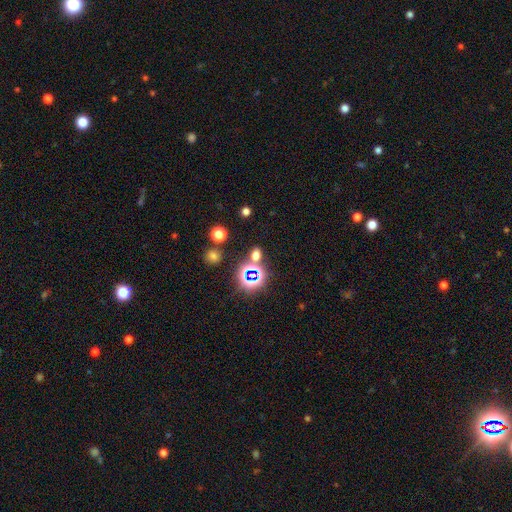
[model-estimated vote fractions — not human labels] Overall: smooth (51%; star or artifact 41%). How rounded: round (56%; in between 41%). Merging: none (74%).